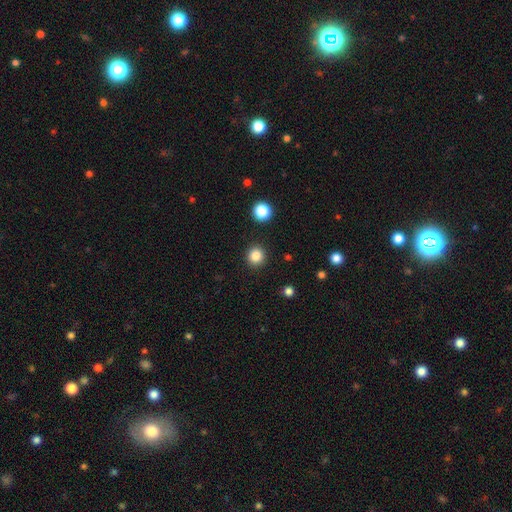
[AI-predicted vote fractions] Smooth or featured? Predicted: smooth (p=0.84). How rounded? Predicted: round (p=0.92). Merging? Predicted: none (p=0.91).